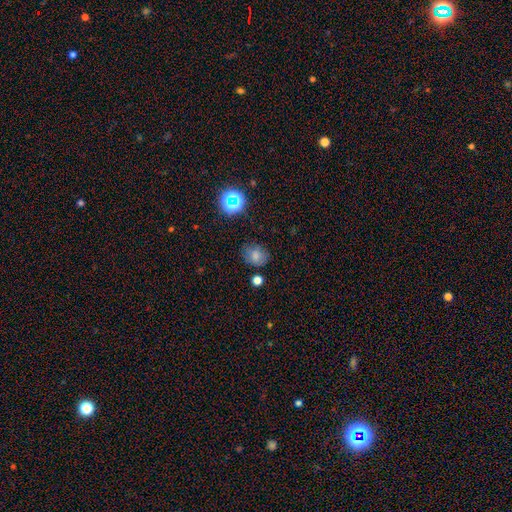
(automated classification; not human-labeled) Smooth or featured? smooth (74%)
How rounded? round (57%)
Merging? none (70%)